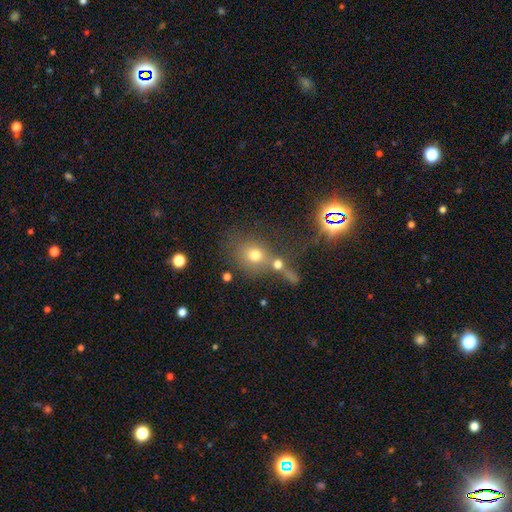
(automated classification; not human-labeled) The model was most divided on "merging": none: 53%, merger: 26%, minor disturbance: 12%, major disturbance: 8%. More confident: how rounded — round (72%); smooth or featured — smooth (58%).